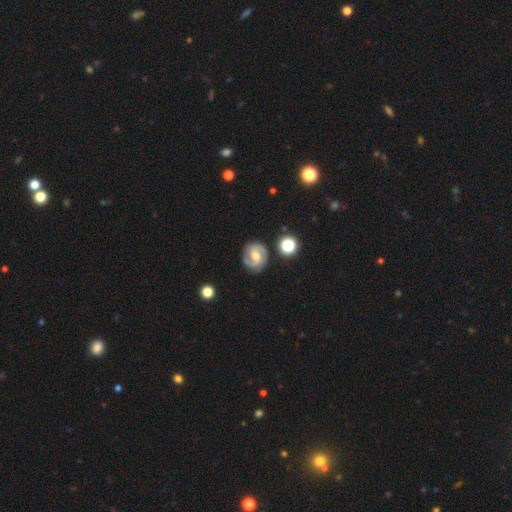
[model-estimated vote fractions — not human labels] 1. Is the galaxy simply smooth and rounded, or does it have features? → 81% featured or disk, 12% smooth, 7% star or artifact.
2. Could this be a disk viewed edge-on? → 98% no, 2% yes.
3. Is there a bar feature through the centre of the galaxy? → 49% weak, 35% no, 15% strong.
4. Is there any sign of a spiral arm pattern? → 96% yes, 4% no.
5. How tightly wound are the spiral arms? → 51% medium, 34% tight, 15% loose.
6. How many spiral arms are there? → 86% 2, 5% can't tell, 3% 3, 3% 1, 1% 4, 1% more than 4.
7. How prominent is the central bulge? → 62% moderate, 30% small, 4% large, 3% none, 1% dominant.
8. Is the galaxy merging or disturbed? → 80% none, 13% minor disturbance, 4% major disturbance, 3% merger.